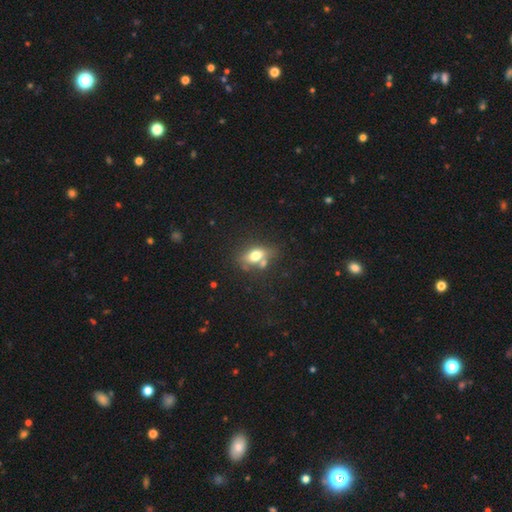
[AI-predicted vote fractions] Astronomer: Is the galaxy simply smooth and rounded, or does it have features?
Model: smooth — 69%.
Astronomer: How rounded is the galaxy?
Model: in between — 77%.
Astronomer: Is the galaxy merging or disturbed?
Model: none — 53%.